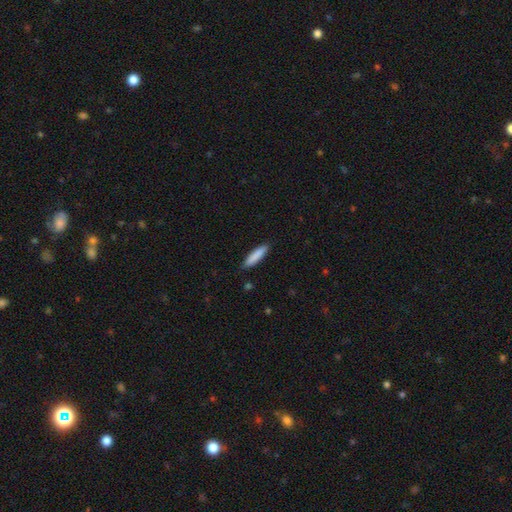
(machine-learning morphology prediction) This is clearly a smooth galaxy (86%). How rounded: clearly cigar-shaped (82%). Merging: clearly none (89%).